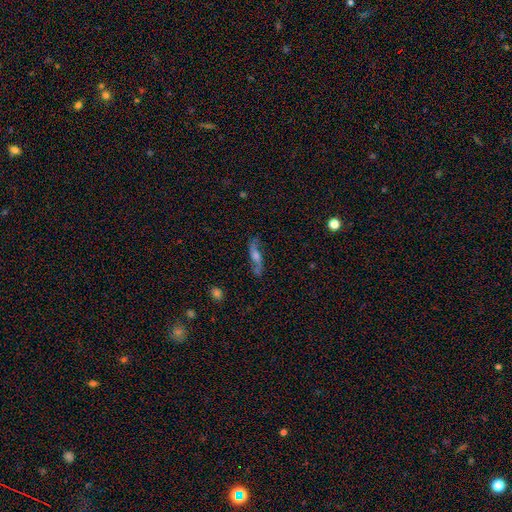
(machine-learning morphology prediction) A featured or disk galaxy (65%). Merging: none (76%).